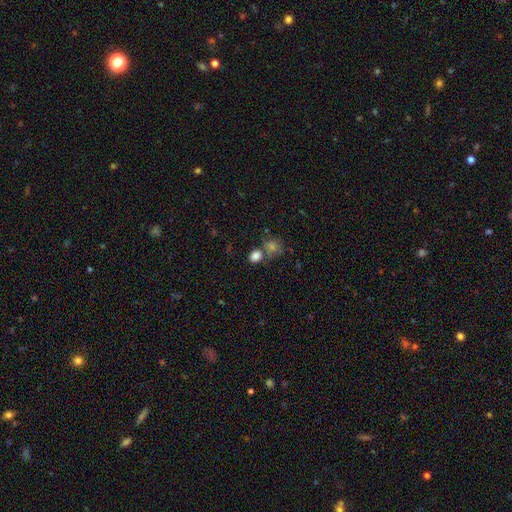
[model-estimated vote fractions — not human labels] Smooth or featured? Predicted: smooth (p=0.81). How rounded? Predicted: round (p=0.50). Merging? Predicted: none (p=0.55).